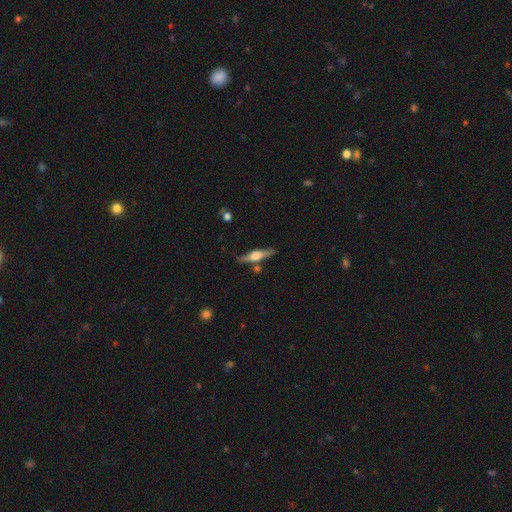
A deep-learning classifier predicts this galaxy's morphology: The model was most divided on "smooth or featured": featured or disk: 69%, smooth: 25%, star or artifact: 6%. More confident: edge-on disk — yes (96%); edge-on bulge — rounded (87%); merging — none (79%).